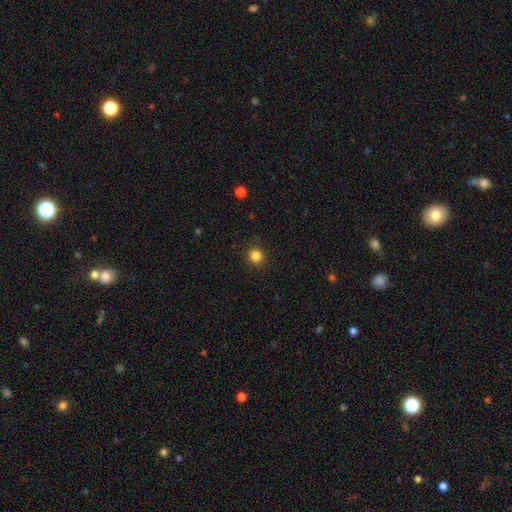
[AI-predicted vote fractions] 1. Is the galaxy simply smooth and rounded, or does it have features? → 84% smooth, 12% star or artifact, 3% featured or disk.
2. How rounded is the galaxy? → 92% round, 7% in between, 1% cigar-shaped.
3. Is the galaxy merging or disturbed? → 90% none, 7% minor disturbance, 2% major disturbance, 1% merger.